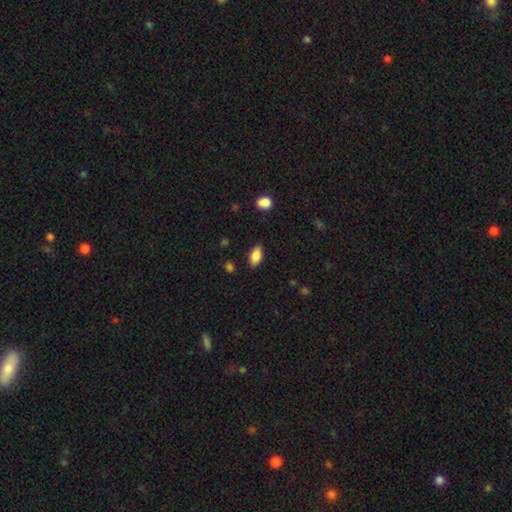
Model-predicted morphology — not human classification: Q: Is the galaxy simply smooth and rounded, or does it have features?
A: smooth — 84%.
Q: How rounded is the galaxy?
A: in between — 91%.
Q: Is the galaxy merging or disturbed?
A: none — 85%.